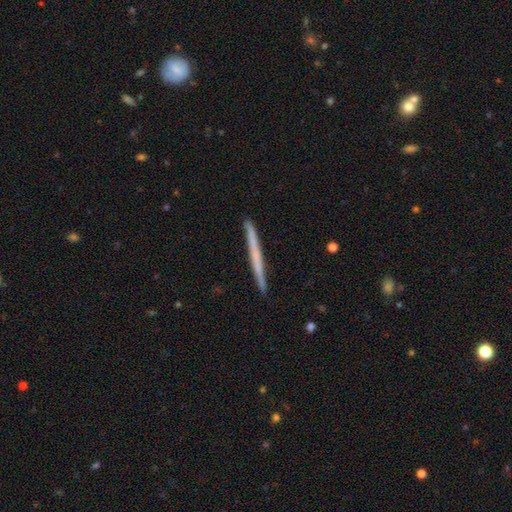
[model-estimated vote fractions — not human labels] The model was most divided on "smooth or featured": featured or disk: 48%, smooth: 46%, star or artifact: 6%. More confident: merging — none (92%).